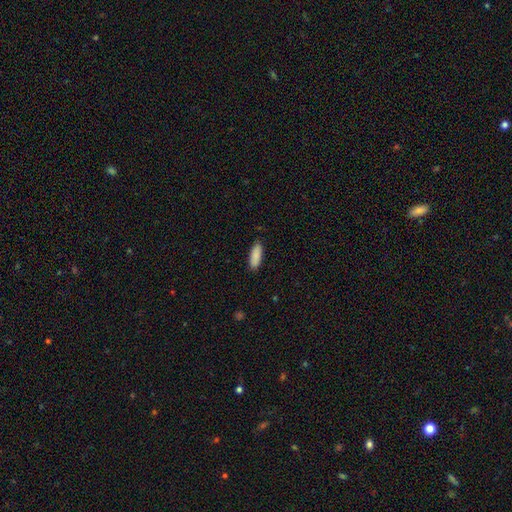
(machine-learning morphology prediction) A smooth galaxy with no disk features (89%) that is in between round and cigar-shaped (62%). Merging: none (88%).